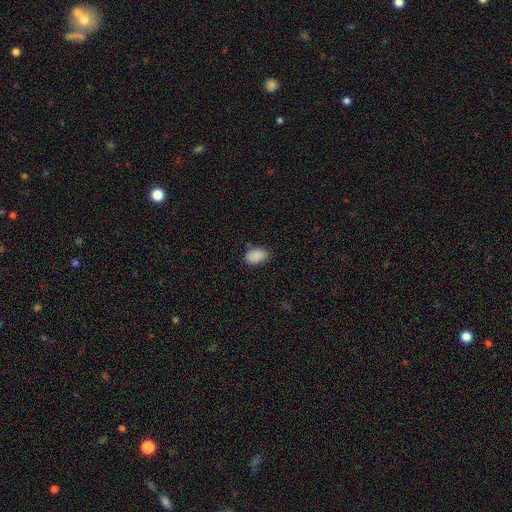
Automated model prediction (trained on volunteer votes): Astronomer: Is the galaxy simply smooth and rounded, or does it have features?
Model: smooth — 88%.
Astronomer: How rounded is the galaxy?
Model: in between — 88%.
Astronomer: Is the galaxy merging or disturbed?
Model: none — 75%.